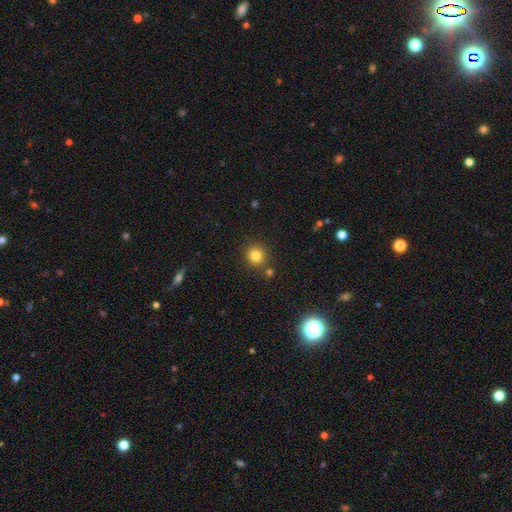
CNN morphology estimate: Q: Smooth or featured?
A: smooth (82%); runner-up: star or artifact (12%)
Q: How rounded?
A: round (92%); runner-up: in between (7%)
Q: Merging?
A: none (84%); runner-up: minor disturbance (7%)